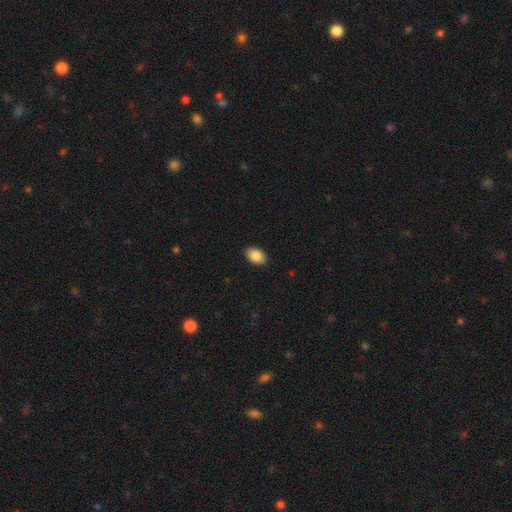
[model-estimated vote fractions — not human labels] Smooth or featured? Predicted: smooth (p=0.87). How rounded? Predicted: in between (p=0.89). Merging? Predicted: none (p=0.90).